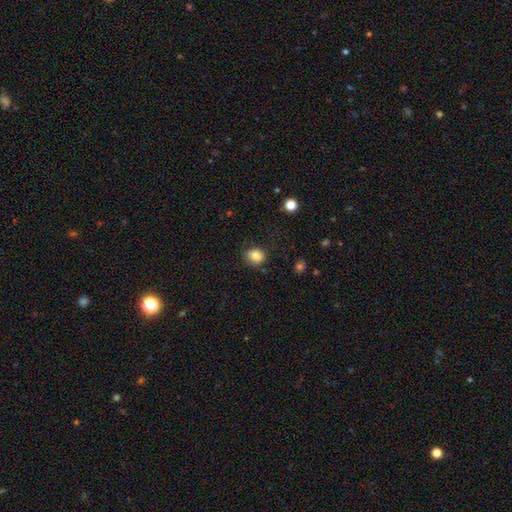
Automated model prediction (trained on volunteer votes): A smooth galaxy with no disk features (84%) that is round (70%). Merging: none (76%).